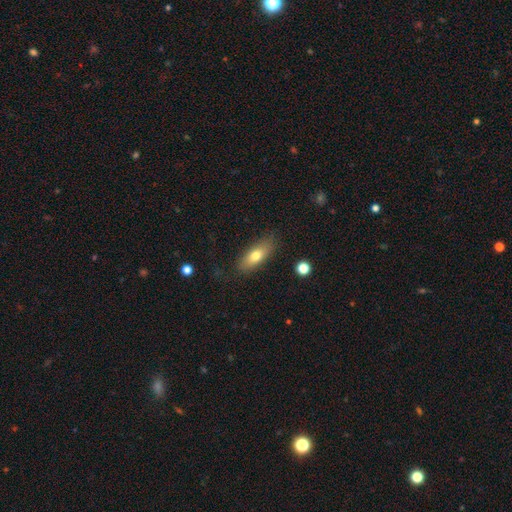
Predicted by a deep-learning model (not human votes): The model was most divided on "how rounded": in between: 70%, cigar-shaped: 26%, round: 4%. More confident: merging — none (80%); smooth or featured — smooth (71%).